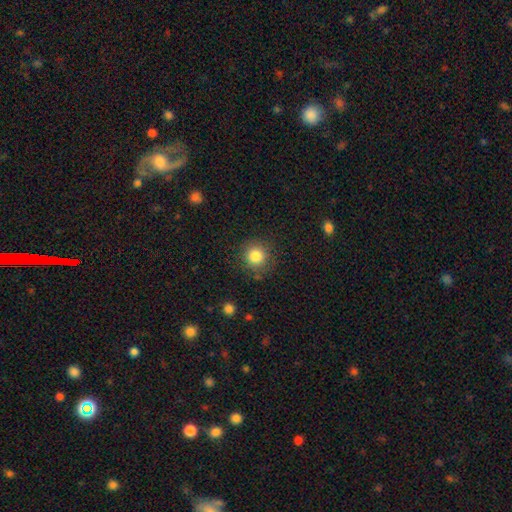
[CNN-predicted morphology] The model was most divided on "smooth or featured": smooth: 84%, star or artifact: 11%, featured or disk: 6%. More confident: how rounded — round (91%); merging — none (85%).